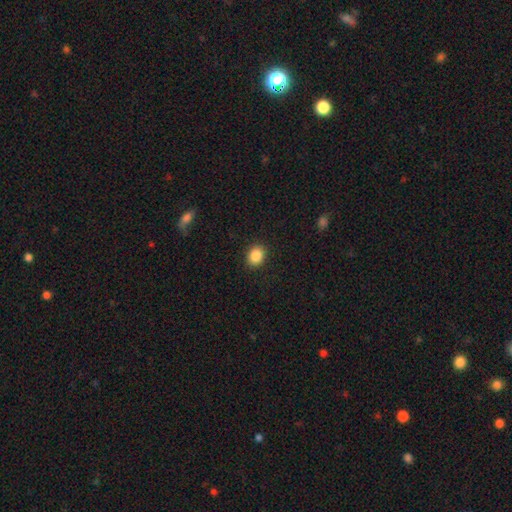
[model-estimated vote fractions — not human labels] This appears to be a smooth galaxy with no disk features (87%) that is round (58%). Merging: none (91%).